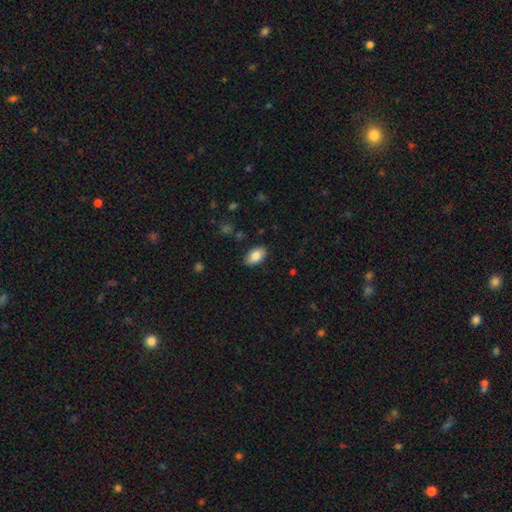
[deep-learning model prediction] Smooth or featured? Predicted: smooth (p=0.84). How rounded? Predicted: in between (p=0.92). Merging? Predicted: none (p=0.85).